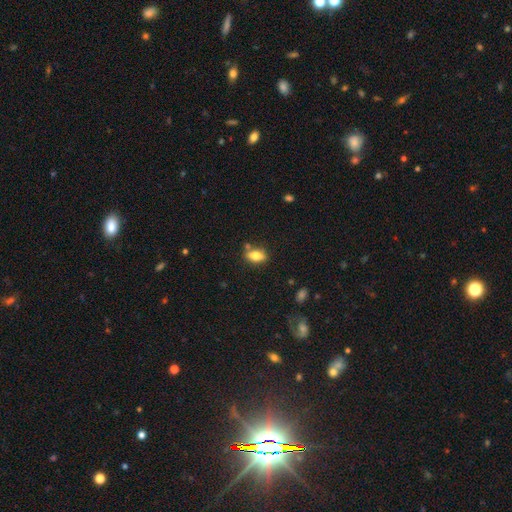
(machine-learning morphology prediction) type=smooth (74%); roundness=in between (83%); merging=none (74%).